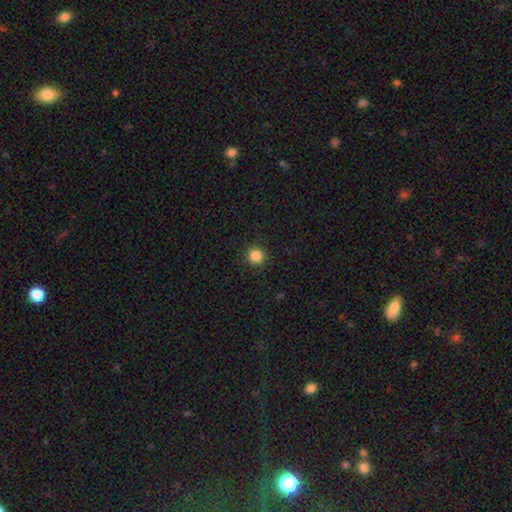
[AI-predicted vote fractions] Morphology: type=smooth (85%); roundness=round (95%); merging=none (91%).